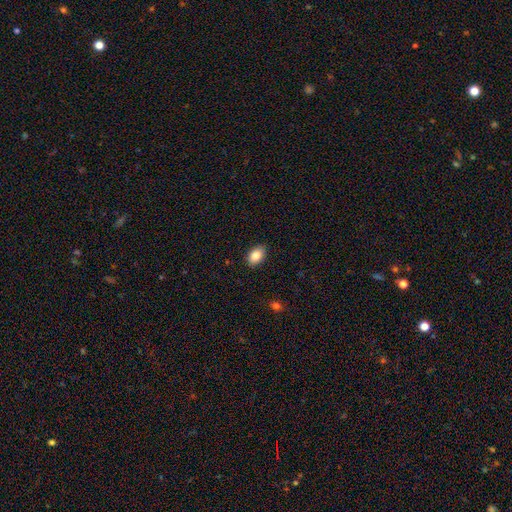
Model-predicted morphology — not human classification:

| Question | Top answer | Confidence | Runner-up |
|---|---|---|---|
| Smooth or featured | smooth | 87% | star or artifact (8%) |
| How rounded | in between | 86% | round (13%) |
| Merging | none | 84% | minor disturbance (12%) |